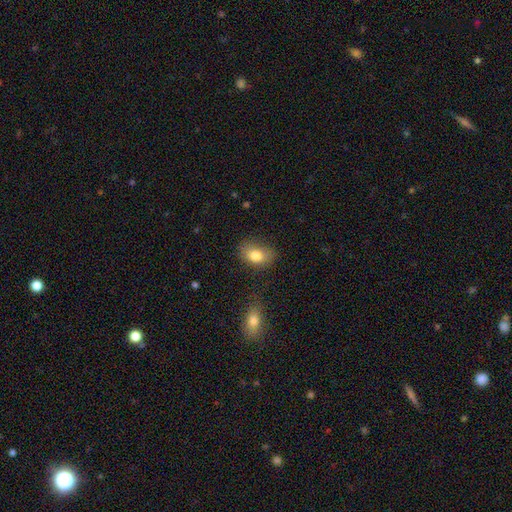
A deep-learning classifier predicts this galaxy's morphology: This is clearly a smooth galaxy (81%). How rounded: likely in between (80%). Merging: likely none (73%).